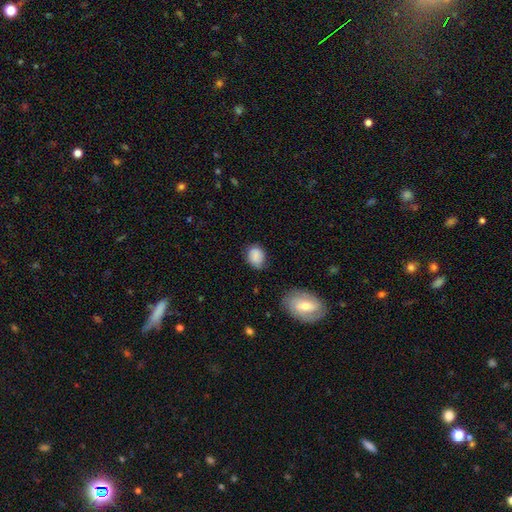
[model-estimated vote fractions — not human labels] The model was most divided on "how rounded": in between: 57%, round: 42%, cigar-shaped: 1%. More confident: smooth or featured — smooth (83%); merging — none (67%).